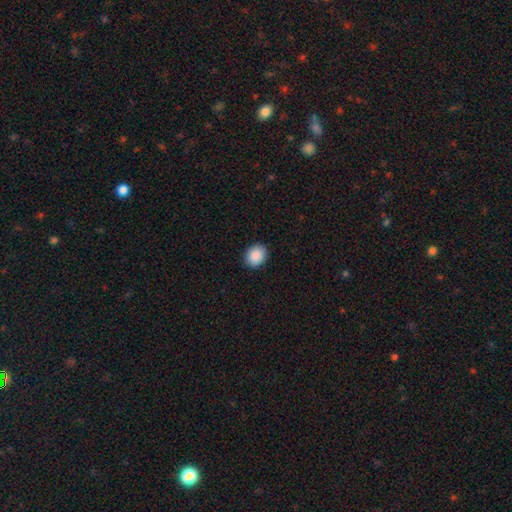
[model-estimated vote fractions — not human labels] A smooth galaxy with no disk features (90%) that is round (59%). Merging: none (90%).